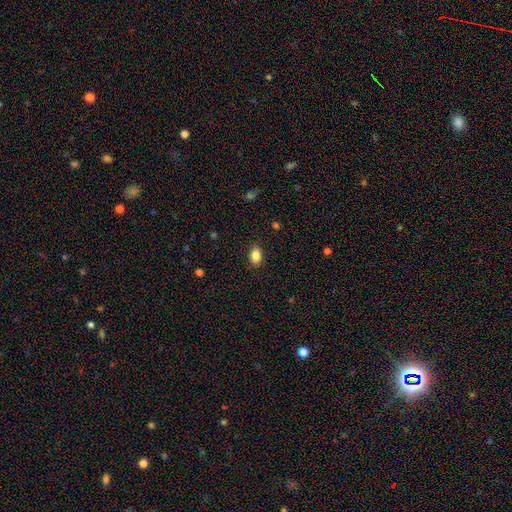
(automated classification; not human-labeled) Morphology: type=smooth (85%); roundness=in between (81%); merging=none (87%).